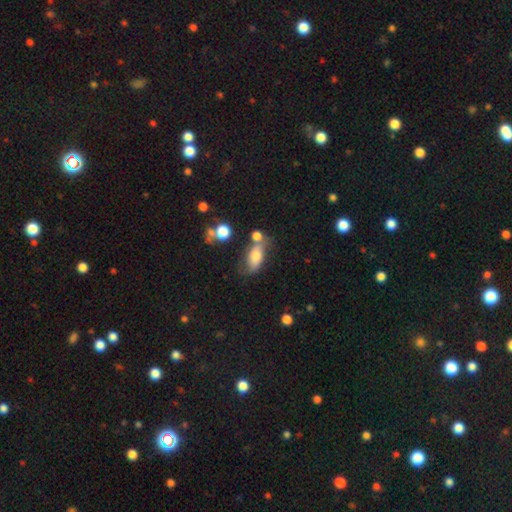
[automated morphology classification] smooth 62%, featured or disk 28%, star or artifact 10%. Down the decision tree: how rounded — in between (84%); merging — none (44%).